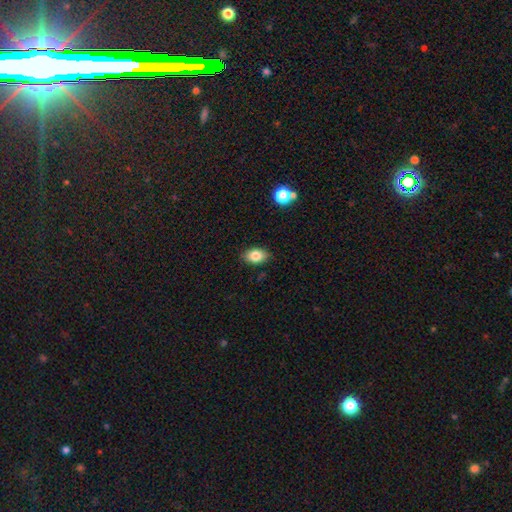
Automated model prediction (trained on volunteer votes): Overall: smooth (82%). How rounded: in between (86%). Merging: none (86%).